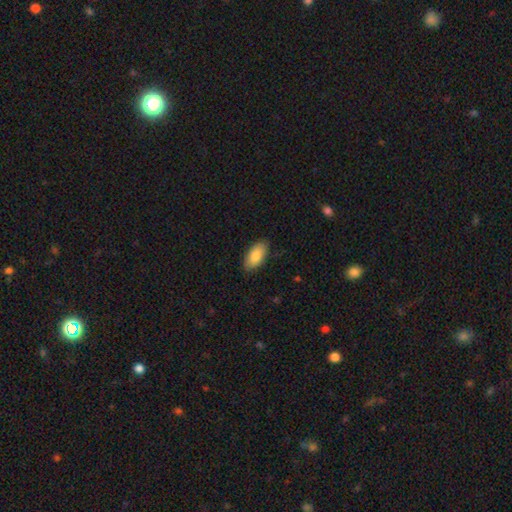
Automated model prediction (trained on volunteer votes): Smooth or featured? smooth (85%)
How rounded? in between (93%)
Merging? none (86%)